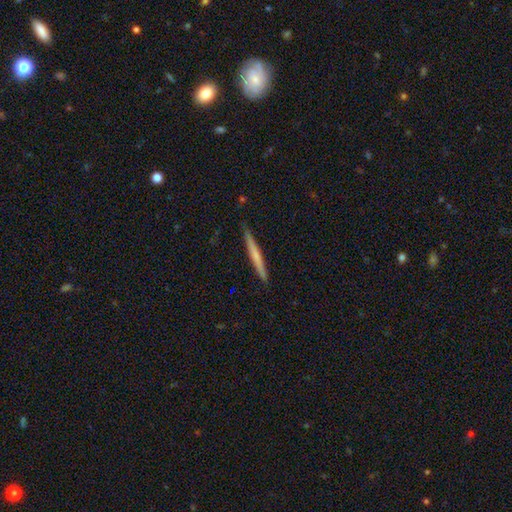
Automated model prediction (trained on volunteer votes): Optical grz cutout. It shows a smooth galaxy with no disk features (51%) that is cigar-shaped (97%). Merging: none (90%).